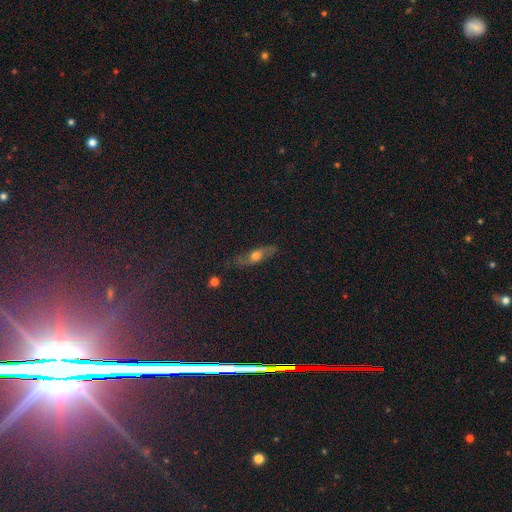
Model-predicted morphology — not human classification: Smooth or featured? Predicted: featured or disk (p=0.50). Merging? Predicted: none (p=0.76).